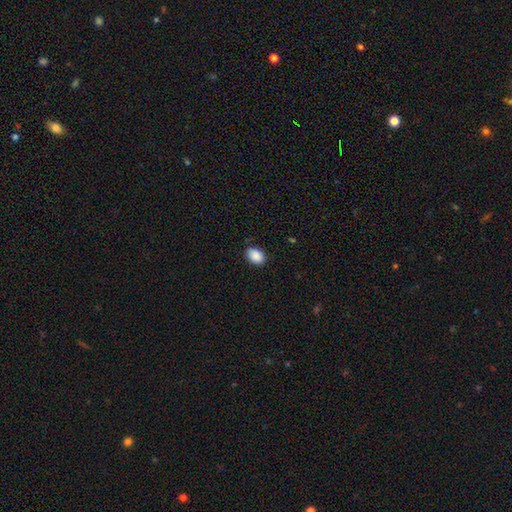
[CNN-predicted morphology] A smooth galaxy with no disk features (89%) that is in between round and cigar-shaped (79%). Merging: none (84%).